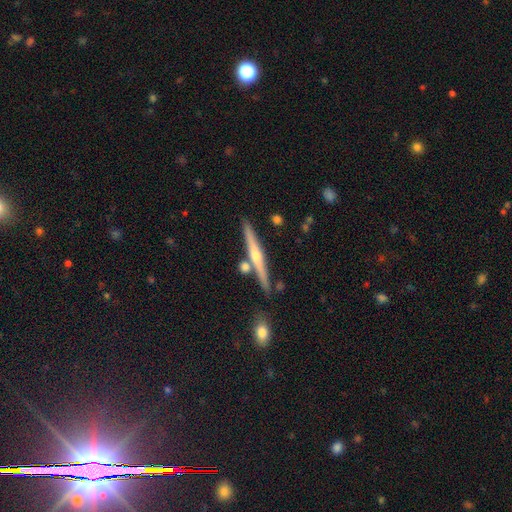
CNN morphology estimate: Overall: featured or disk (68%). Edge-on disk: yes (97%). Edge-on bulge: rounded (85%). Merging: none (81%).